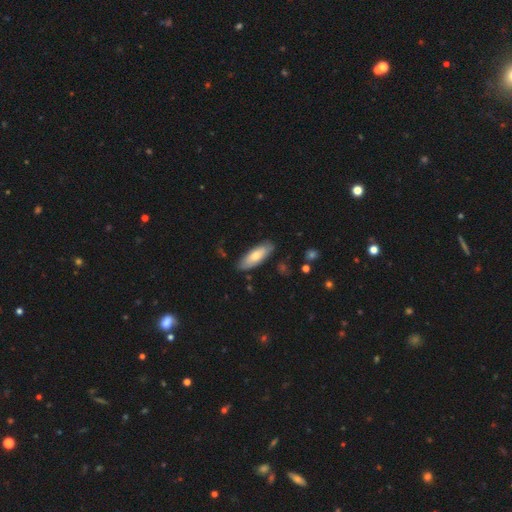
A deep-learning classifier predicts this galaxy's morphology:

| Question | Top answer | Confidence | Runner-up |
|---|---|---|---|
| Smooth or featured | smooth | 72% | featured or disk (23%) |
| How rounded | in between | 68% | cigar-shaped (30%) |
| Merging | none | 84% | minor disturbance (12%) |